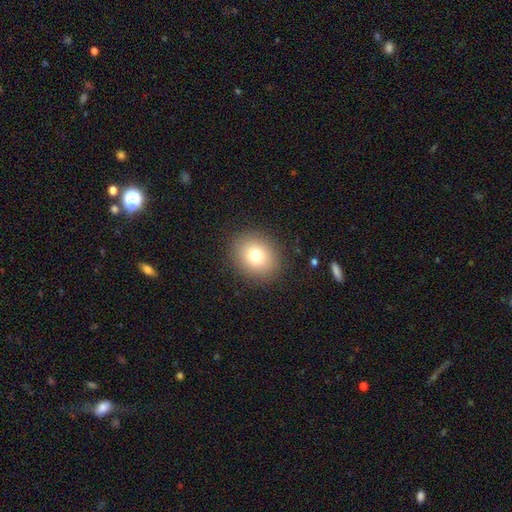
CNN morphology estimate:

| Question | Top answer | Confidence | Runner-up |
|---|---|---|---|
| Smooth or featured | smooth | 77% | star or artifact (13%) |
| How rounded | round | 71% | in between (28%) |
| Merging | none | 89% | minor disturbance (7%) |